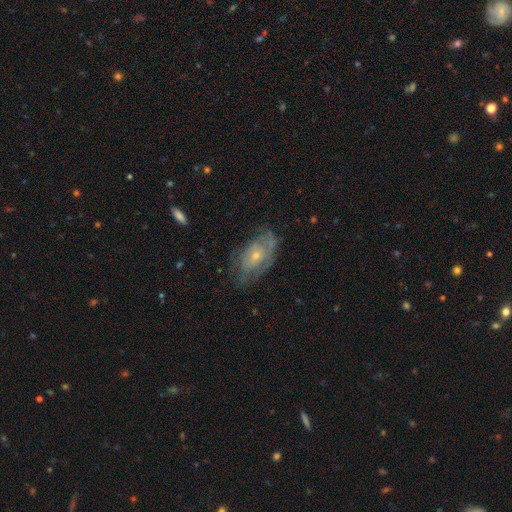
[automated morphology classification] The model was most divided on "spiral arms": yes: 62%, no: 38%. More confident: edge-on disk — no (93%); bar — no (80%); bulge size — small (63%); smooth or featured — featured or disk (62%); merging — none (57%).